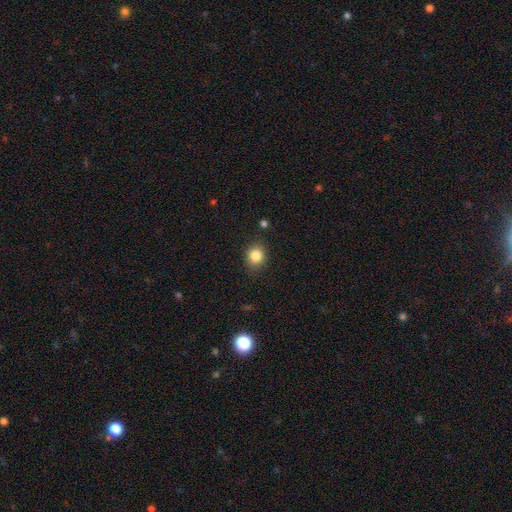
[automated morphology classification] type=smooth (84%); roundness=round (71%); merging=none (86%).